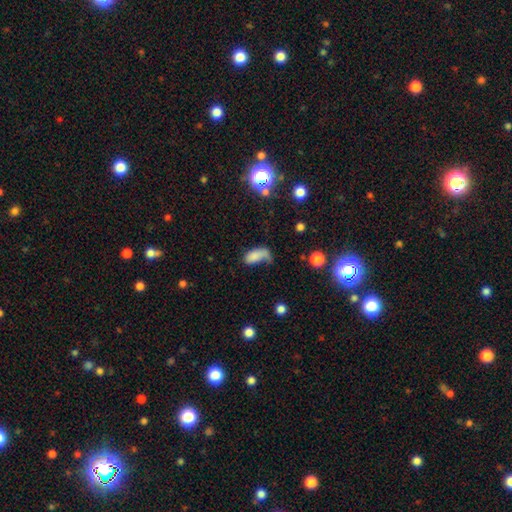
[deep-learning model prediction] Smooth or featured? Predicted: smooth (p=0.73). How rounded? Predicted: in between (p=0.89). Merging? Predicted: major disturbance (p=0.36).